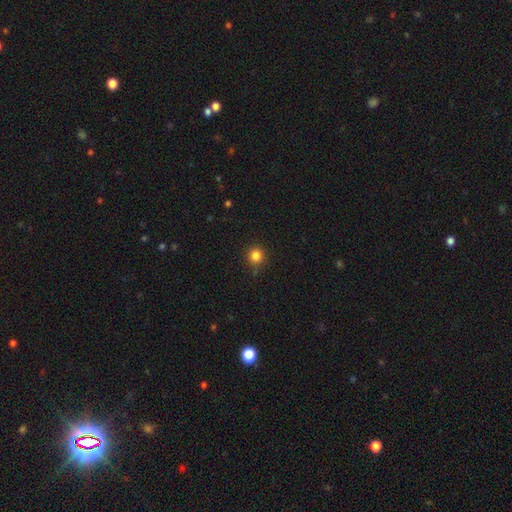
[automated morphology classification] type=smooth (84%); roundness=round (91%); merging=none (84%).